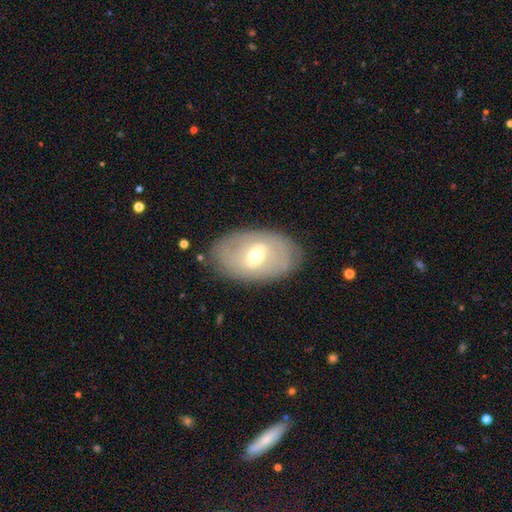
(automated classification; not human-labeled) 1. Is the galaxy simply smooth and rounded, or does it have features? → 62% featured or disk, 32% smooth, 6% star or artifact.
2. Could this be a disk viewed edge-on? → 91% no, 9% yes.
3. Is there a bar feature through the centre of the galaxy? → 49% weak, 29% no, 22% strong.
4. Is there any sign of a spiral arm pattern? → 56% no, 44% yes.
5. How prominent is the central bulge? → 62% moderate, 31% small, 5% large, 1% dominant, 1% none.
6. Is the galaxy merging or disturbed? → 82% none, 13% minor disturbance, 5% major disturbance, 1% merger.